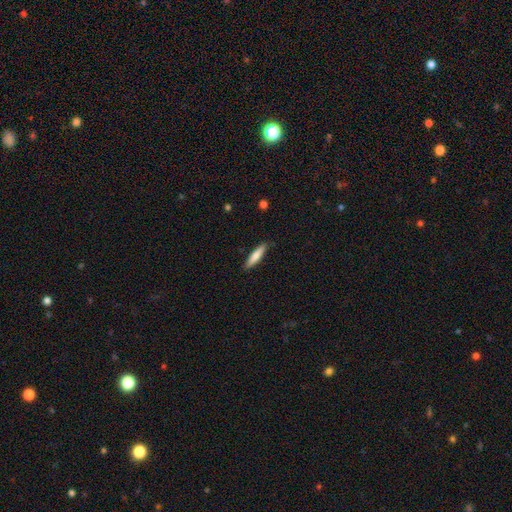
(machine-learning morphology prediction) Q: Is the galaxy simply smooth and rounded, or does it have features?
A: smooth — 73%.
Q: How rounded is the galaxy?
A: cigar-shaped — 84%.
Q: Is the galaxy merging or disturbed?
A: none — 87%.